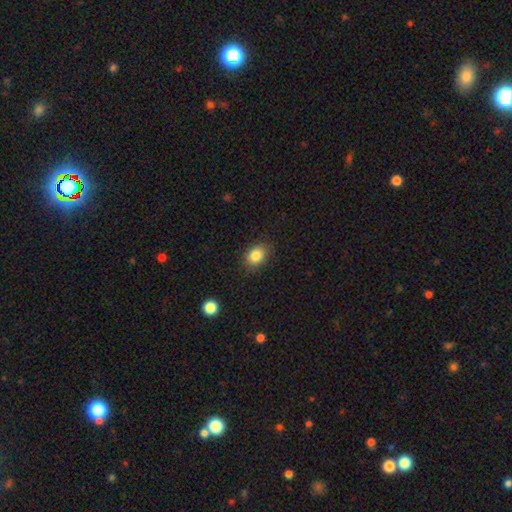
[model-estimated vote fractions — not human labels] This is clearly a smooth galaxy (84%). How rounded: likely in between (63%). Merging: clearly none (84%).